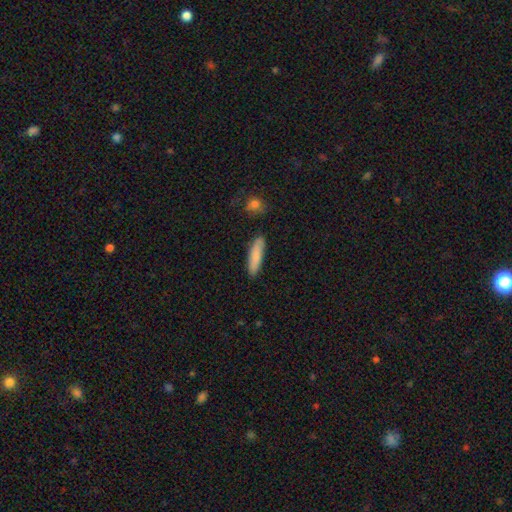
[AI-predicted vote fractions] The model was most divided on "how rounded": cigar-shaped: 75%, in between: 24%, round: 2%. More confident: merging — none (86%); smooth or featured — smooth (84%).